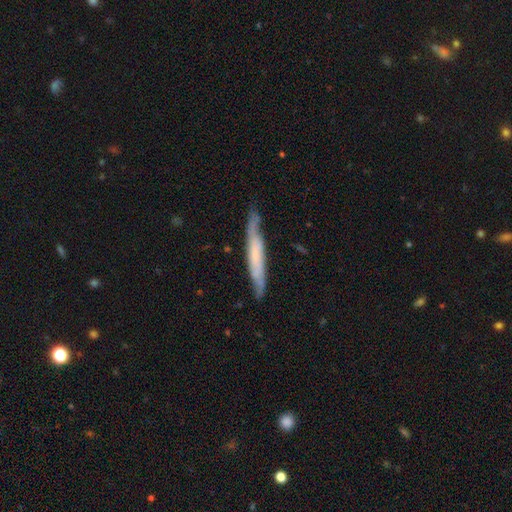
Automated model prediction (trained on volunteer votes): Smooth or featured? featured or disk (57%)
Edge-on disk? yes (77%)
Merging? none (77%)